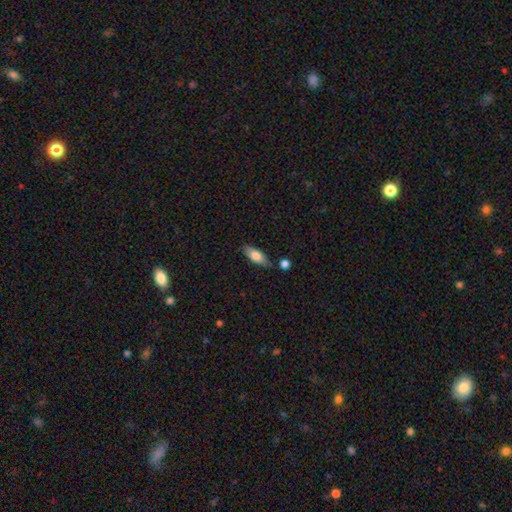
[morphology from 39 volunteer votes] Volunteers were most divided on "how rounded": in between: 77%, cigar-shaped: 20%, round: 3%. More confident: smooth or featured — smooth (77%); merging — none (75%).